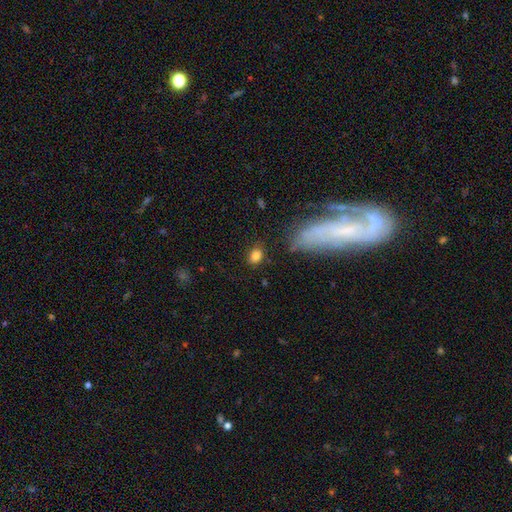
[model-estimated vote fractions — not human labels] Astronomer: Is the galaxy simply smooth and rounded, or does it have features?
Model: smooth — 83%.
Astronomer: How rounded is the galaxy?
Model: in between — 67%.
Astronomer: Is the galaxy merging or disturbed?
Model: none — 79%.